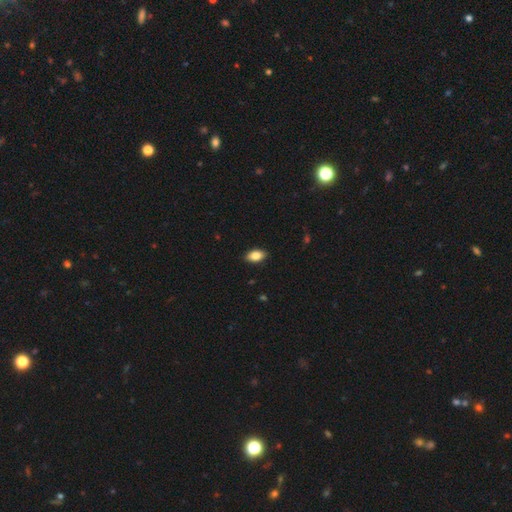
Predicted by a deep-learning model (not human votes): Smooth or featured? smooth (84%)
How rounded? in between (91%)
Merging? none (89%)